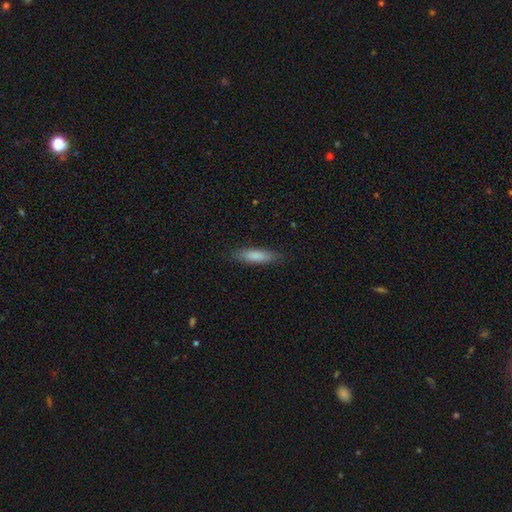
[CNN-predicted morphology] type=smooth (83%); roundness=cigar-shaped (65%); merging=none (85%).